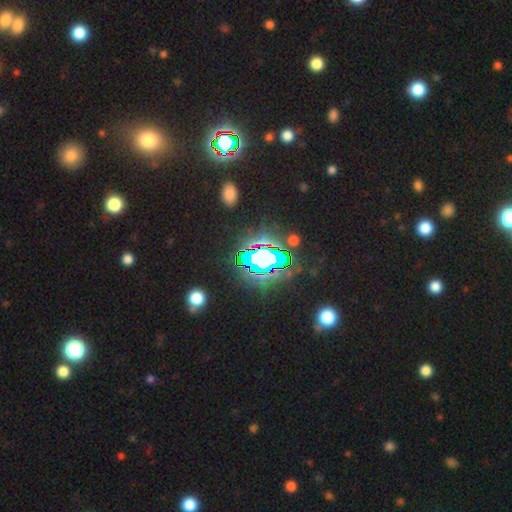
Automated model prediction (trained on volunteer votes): smooth_or_featured: star or artifact (p=0.79) [alt: smooth p=0.11]